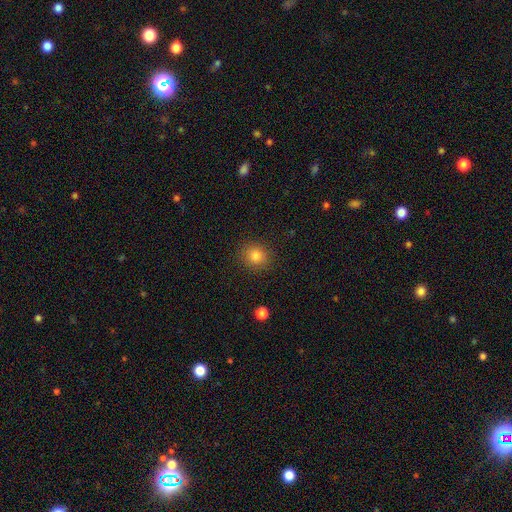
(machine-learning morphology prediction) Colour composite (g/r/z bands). It shows a smooth galaxy with no disk features (83%) that is round (83%). Merging: none (89%).